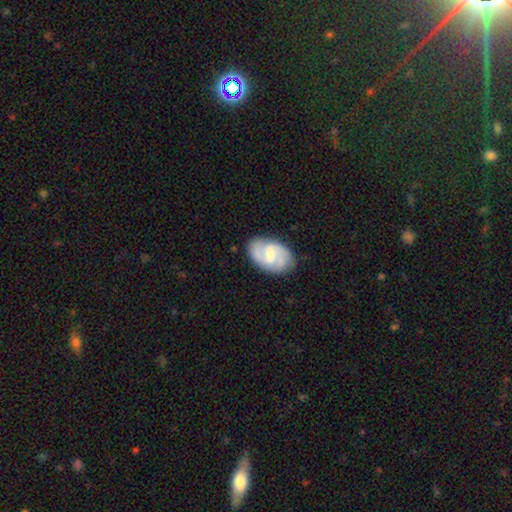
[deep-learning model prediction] The model was most divided on "bar": weak: 44%, no: 40%, strong: 17%. More confident: edge-on disk — no (95%); merging — none (82%); spiral arms — yes (73%); smooth or featured — featured or disk (57%); bulge size — moderate (53%).